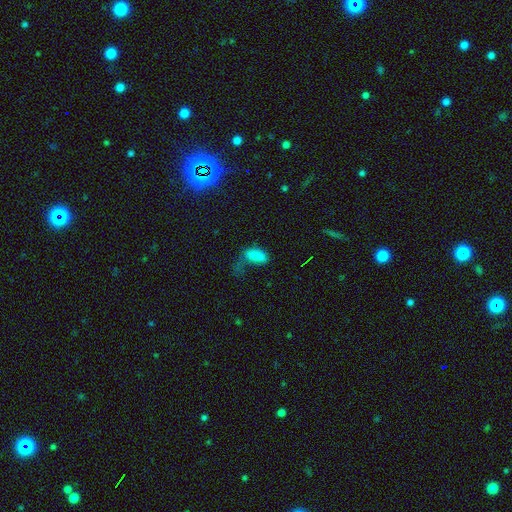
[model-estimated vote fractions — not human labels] smooth_or_featured: smooth (p=0.76) [alt: star or artifact p=0.15]
how_rounded: in between (p=0.90) [alt: cigar-shaped p=0.05]
merging: major disturbance (p=0.42) [alt: none p=0.28]